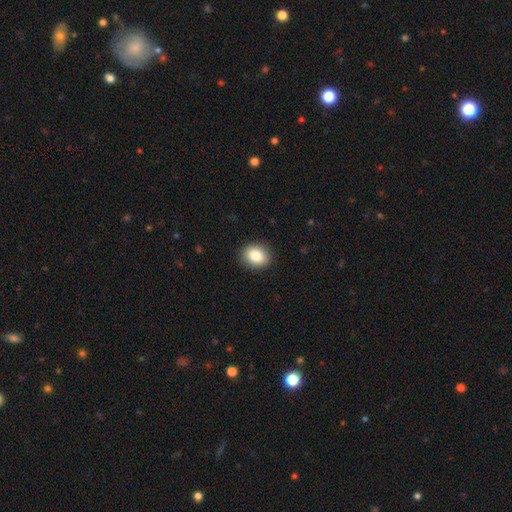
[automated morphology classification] Smooth or featured: smooth — 84% (star or artifact — 8%)
How rounded: round — 58% (in between — 41%)
Merging: none — 90% (minor disturbance — 7%)